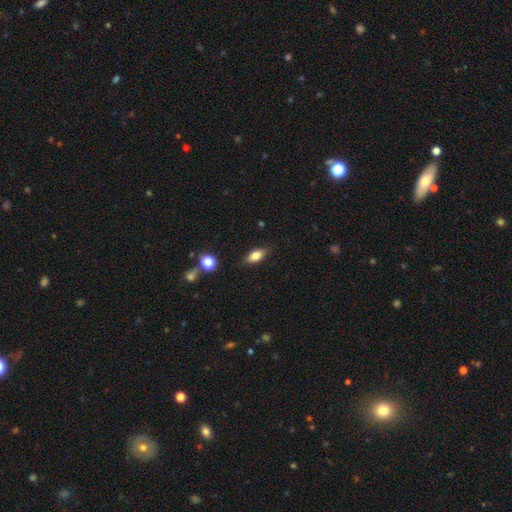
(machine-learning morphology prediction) A smooth galaxy with no disk features (79%) that is in between round and cigar-shaped (85%).

Vote fractions:
- Smooth or featured? smooth: 79% / featured or disk: 13% / star or artifact: 8%
- How rounded? in between: 85% / cigar-shaped: 9% / round: 6%
- Merging? none: 84% / minor disturbance: 11% / major disturbance: 3% / merger: 2%